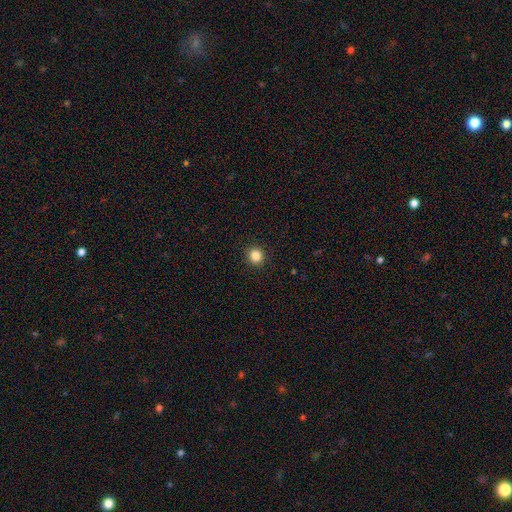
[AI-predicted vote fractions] The model was most divided on "smooth or featured": smooth: 84%, star or artifact: 11%, featured or disk: 4%. More confident: merging — none (93%); how rounded — round (92%).